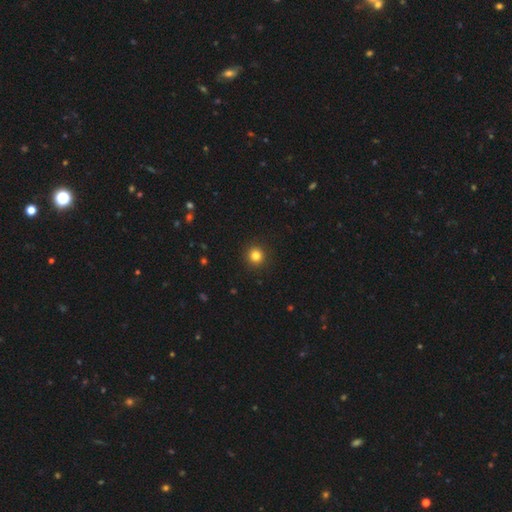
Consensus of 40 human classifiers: Smooth or featured: smooth — 78% (star or artifact — 12%)
How rounded: round — 97% (cigar-shaped — 3%)
Merging: none — 89% (minor disturbance — 11%)